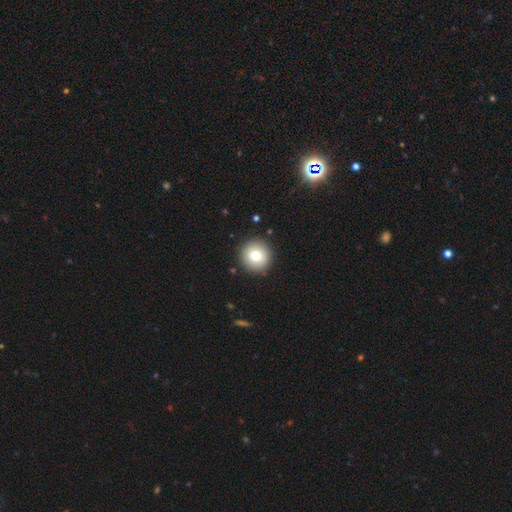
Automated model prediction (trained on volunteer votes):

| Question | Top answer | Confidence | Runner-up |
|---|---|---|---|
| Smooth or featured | smooth | 78% | featured or disk (13%) |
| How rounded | round | 95% | in between (4%) |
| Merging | none | 91% | minor disturbance (6%) |